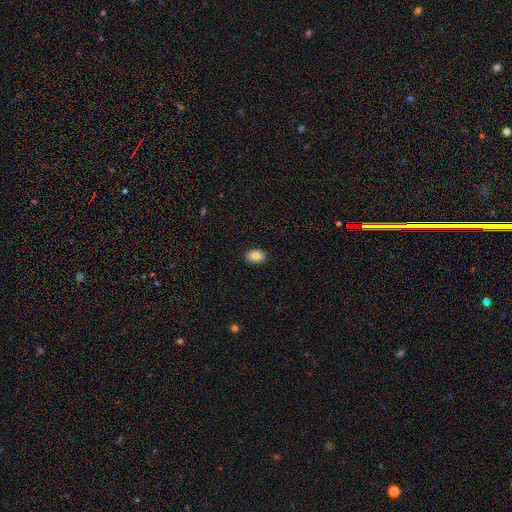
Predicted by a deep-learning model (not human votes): Morphology: type=smooth (85%); roundness=in between (85%); merging=none (90%).